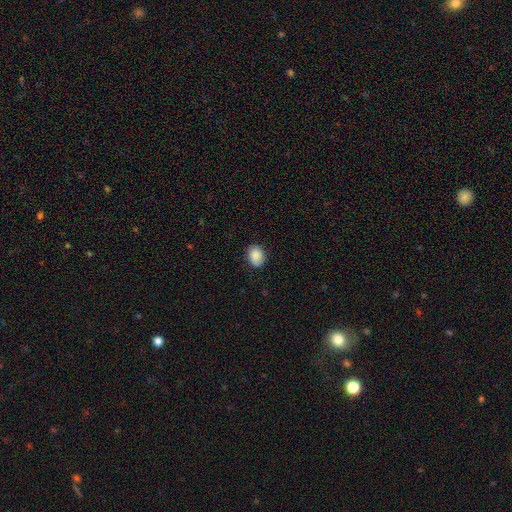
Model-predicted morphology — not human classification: type=smooth (87%); roundness=in between (62%); merging=none (83%).